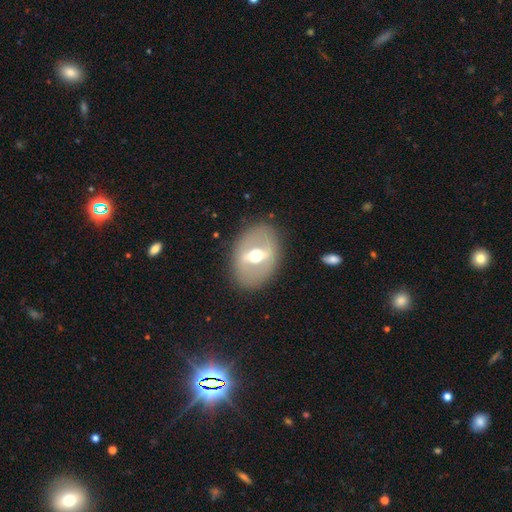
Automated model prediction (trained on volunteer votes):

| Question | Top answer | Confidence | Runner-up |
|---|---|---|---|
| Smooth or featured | featured or disk | 66% | smooth (28%) |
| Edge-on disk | no | 84% | yes (16%) |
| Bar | strong | 60% | weak (28%) |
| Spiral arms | no | 85% | yes (15%) |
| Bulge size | moderate | 69% | large (22%) |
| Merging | none | 85% | minor disturbance (9%) |